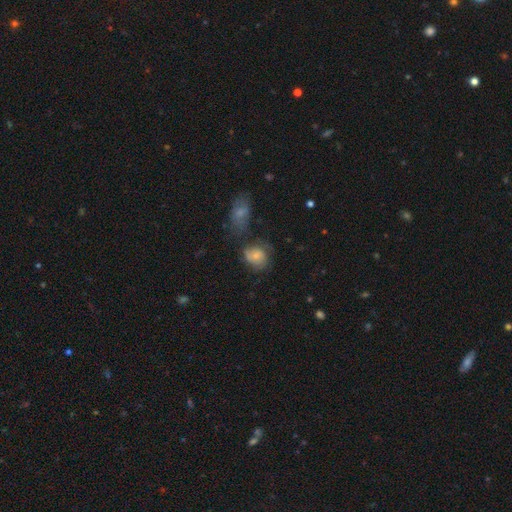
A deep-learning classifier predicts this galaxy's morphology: Overall: smooth (63%; featured or disk 27%). How rounded: round (57%; in between 42%). Merging: none (49%; minor disturbance 25%).